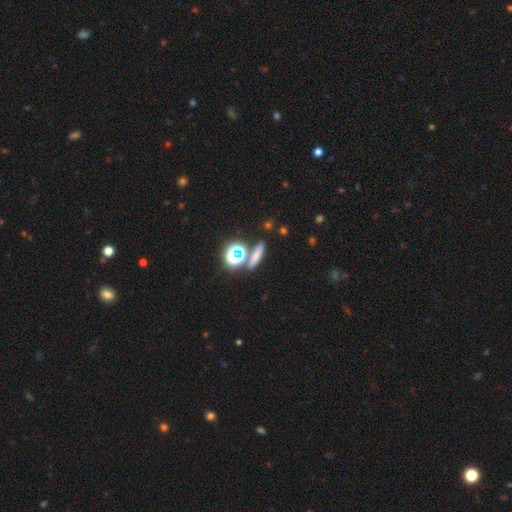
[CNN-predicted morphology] Smooth or featured?
  - smooth: 59% *
  - star or artifact: 26%
  - featured or disk: 14%
How rounded?
  - cigar-shaped: 55% *
  - round: 22%
  - in between: 22%
Merging?
  - none: 77% *
  - merger: 11%
  - minor disturbance: 8%
  - major disturbance: 3%